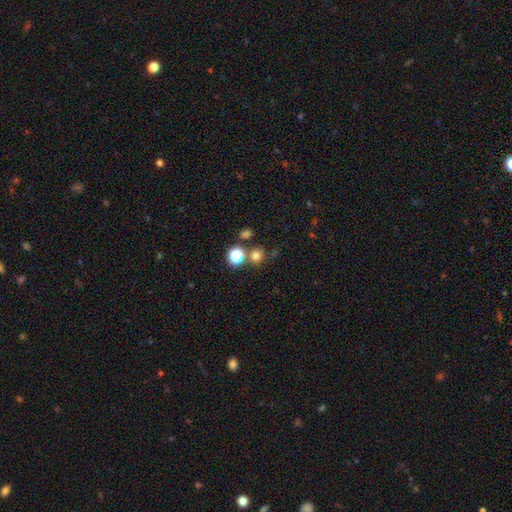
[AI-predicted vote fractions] The model was most divided on "merging": none: 70%, merger: 19%, minor disturbance: 8%, major disturbance: 4%. More confident: how rounded — round (89%); smooth or featured — smooth (74%).